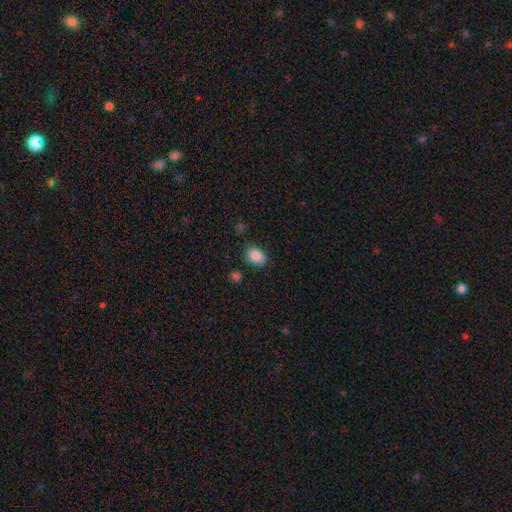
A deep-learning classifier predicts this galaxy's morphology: smooth 87%, star or artifact 8%, featured or disk 5%. Down the decision tree: how rounded — in between (75%); merging — none (78%).